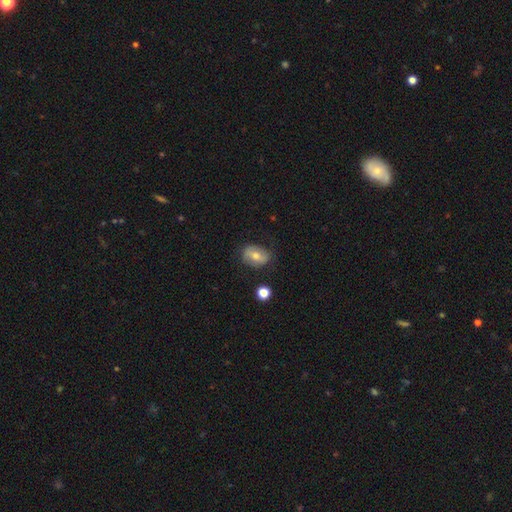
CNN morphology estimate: A smooth galaxy with no disk features (53%) that is in between round and cigar-shaped (70%). Merging: none (74%).